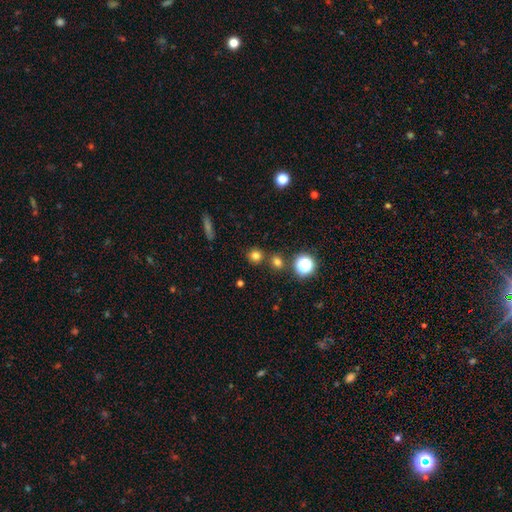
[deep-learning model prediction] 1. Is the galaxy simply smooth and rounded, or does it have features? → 74% smooth, 19% star or artifact, 6% featured or disk.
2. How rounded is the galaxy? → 90% round, 9% in between, 1% cigar-shaped.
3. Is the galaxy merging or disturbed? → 78% none, 12% merger, 7% minor disturbance, 3% major disturbance.